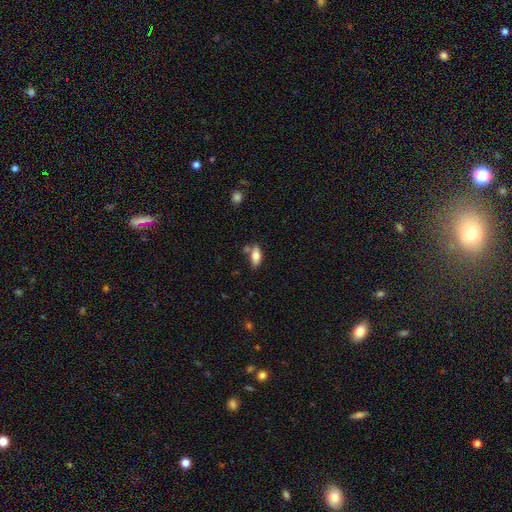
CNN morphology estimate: Overall: smooth (78%). How rounded: in between (87%). Merging: none (64%).